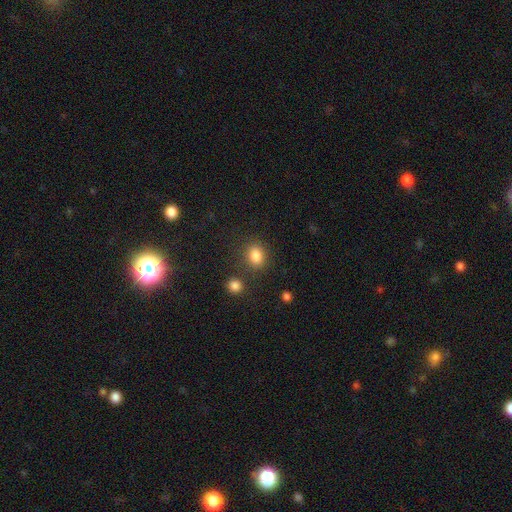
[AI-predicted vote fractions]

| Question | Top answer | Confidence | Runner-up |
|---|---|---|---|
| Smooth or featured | smooth | 85% | star or artifact (11%) |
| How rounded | in between | 53% | round (46%) |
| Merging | none | 77% | minor disturbance (11%) |